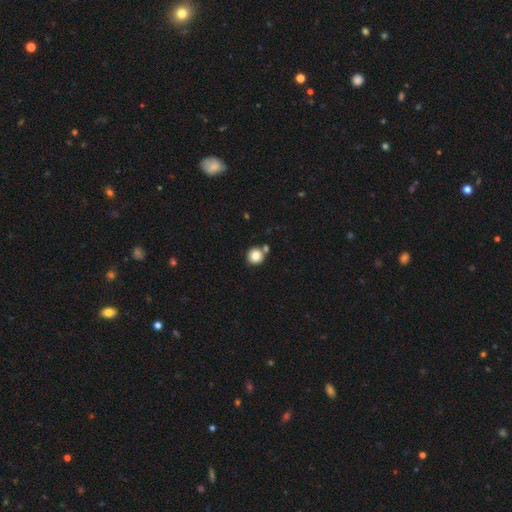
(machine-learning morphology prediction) This is clearly a smooth galaxy (83%). How rounded: clearly round (92%). Merging: likely none (70%).